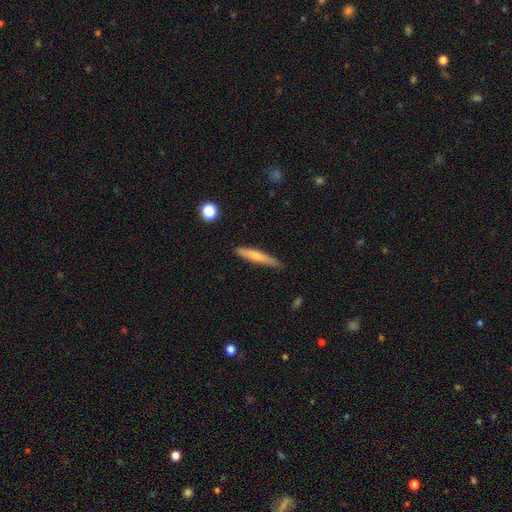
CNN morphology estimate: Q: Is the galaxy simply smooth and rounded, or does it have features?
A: smooth — 66%.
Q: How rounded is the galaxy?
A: cigar-shaped — 93%.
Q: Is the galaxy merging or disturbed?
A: none — 79%.